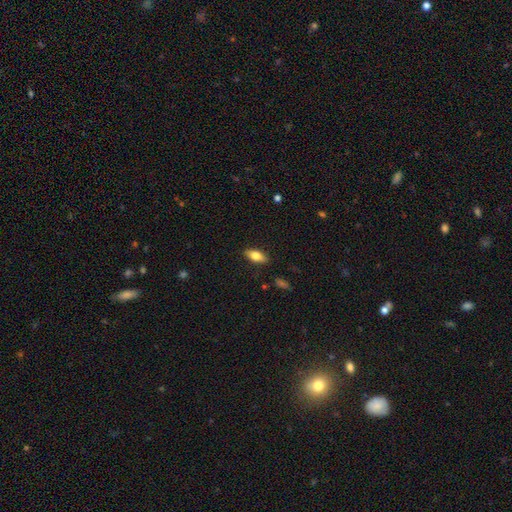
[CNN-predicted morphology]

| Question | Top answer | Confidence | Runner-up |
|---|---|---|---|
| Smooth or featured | smooth | 73% | featured or disk (20%) |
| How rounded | in between | 85% | cigar-shaped (12%) |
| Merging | none | 87% | minor disturbance (9%) |